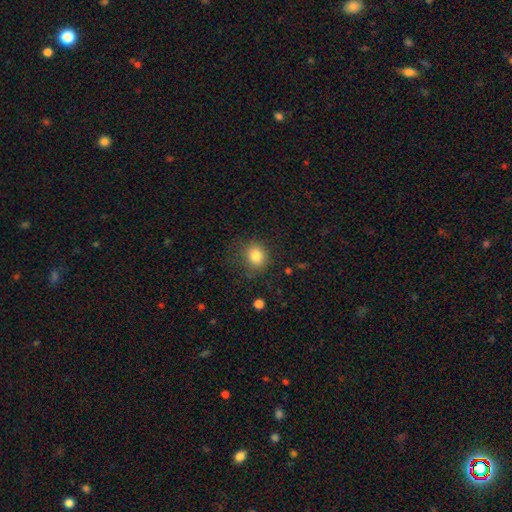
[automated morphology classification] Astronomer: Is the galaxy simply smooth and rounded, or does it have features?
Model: smooth — 82%.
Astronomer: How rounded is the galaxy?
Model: round — 79%.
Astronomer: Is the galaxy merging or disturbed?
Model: none — 77%.